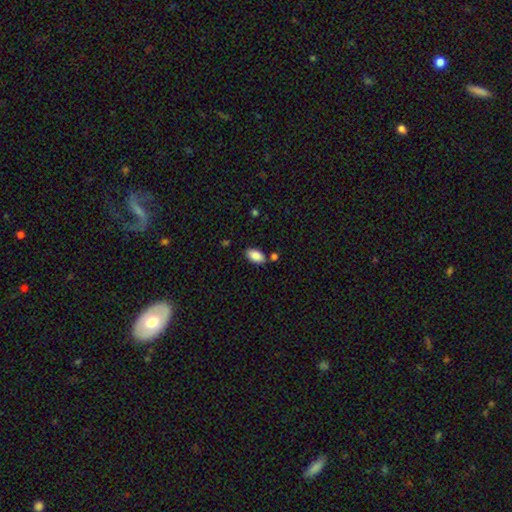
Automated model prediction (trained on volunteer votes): This is clearly a smooth galaxy (89%). How rounded: clearly in between (94%). Merging: likely none (78%).